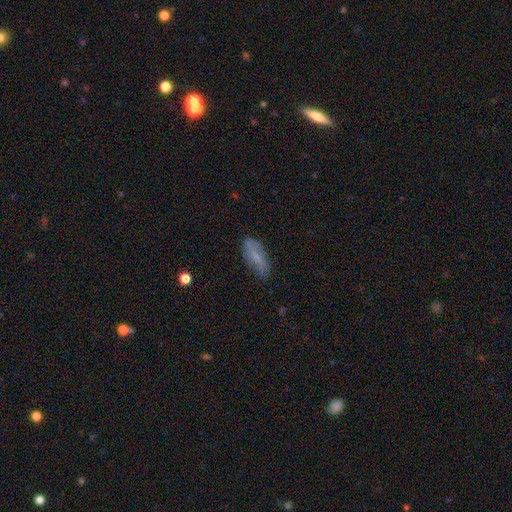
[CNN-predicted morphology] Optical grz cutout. It shows a smooth galaxy with no disk features (57%) that is in between round and cigar-shaped (67%). Merging: none (72%).